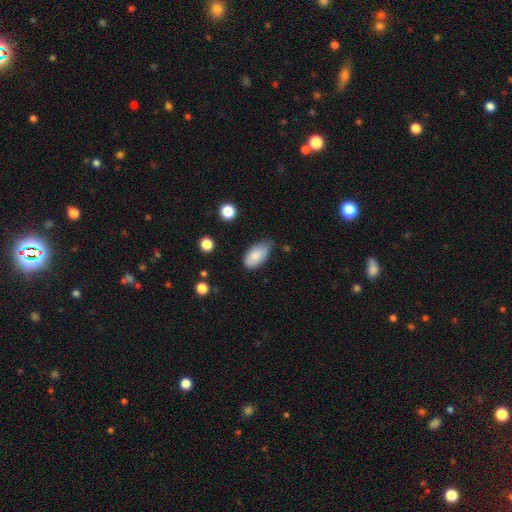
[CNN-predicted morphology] Smooth or featured?
  - smooth: 83% *
  - featured or disk: 10%
  - star or artifact: 7%
How rounded?
  - in between: 93% *
  - cigar-shaped: 4%
  - round: 3%
Merging?
  - none: 61% *
  - minor disturbance: 31%
  - major disturbance: 5%
  - merger: 2%